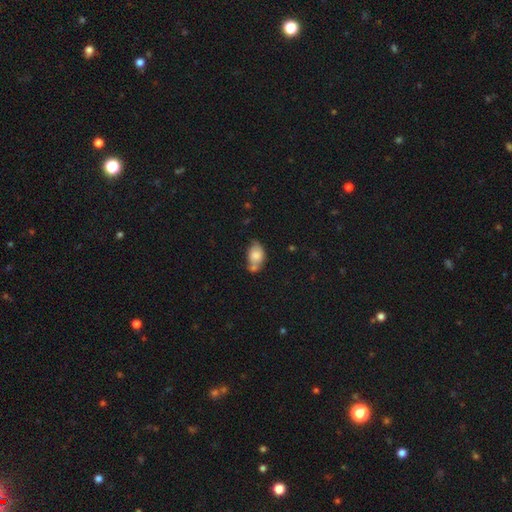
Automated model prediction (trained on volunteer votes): Smooth or featured: smooth — 76% (featured or disk — 16%)
How rounded: in between — 84% (round — 14%)
Merging: none — 34% (tied with merger — 34%)